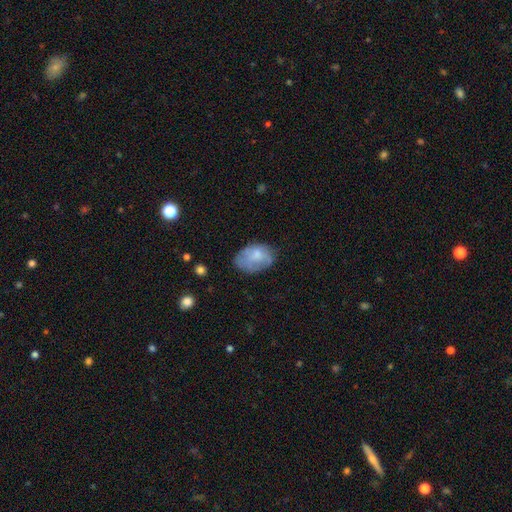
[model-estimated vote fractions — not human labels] Smooth or featured?
  - smooth: 65% *
  - featured or disk: 27%
  - star or artifact: 8%
How rounded?
  - in between: 85% *
  - round: 14%
  - cigar-shaped: 1%
Merging?
  - none: 54% *
  - minor disturbance: 31%
  - major disturbance: 13%
  - merger: 2%